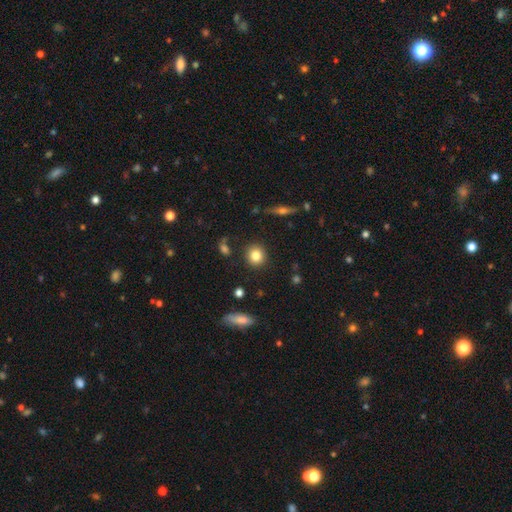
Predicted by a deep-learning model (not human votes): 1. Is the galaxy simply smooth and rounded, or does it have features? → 83% smooth, 9% star or artifact, 7% featured or disk.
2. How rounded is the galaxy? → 87% round, 12% in between, 1% cigar-shaped.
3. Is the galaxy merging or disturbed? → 88% none, 7% minor disturbance, 2% major disturbance, 2% merger.